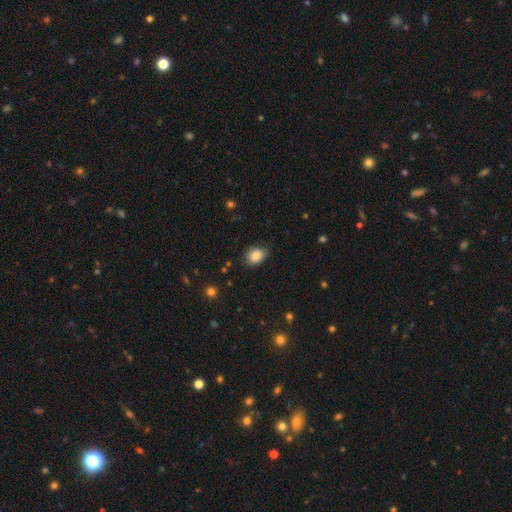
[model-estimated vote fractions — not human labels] A smooth galaxy with no disk features (85%) that is in between round and cigar-shaped (69%).

Vote fractions:
- Smooth or featured? smooth: 85% / star or artifact: 9% / featured or disk: 6%
- How rounded? in between: 69% / round: 30% / cigar-shaped: 1%
- Merging? none: 73% / minor disturbance: 22% / major disturbance: 4% / merger: 1%